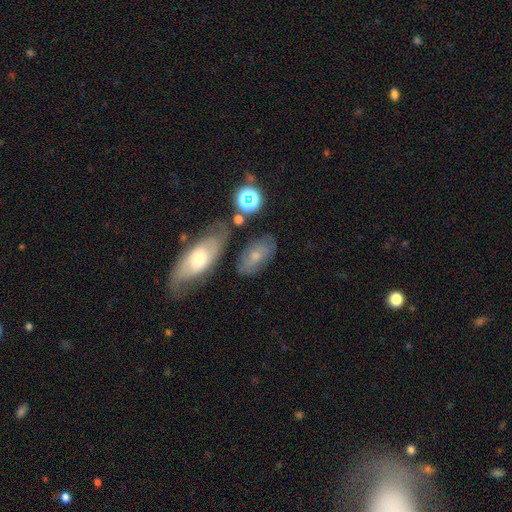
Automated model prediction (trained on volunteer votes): Smooth or featured: smooth — 56% (featured or disk — 31%)
How rounded: in between — 87% (round — 8%)
Merging: none — 67% (minor disturbance — 18%)